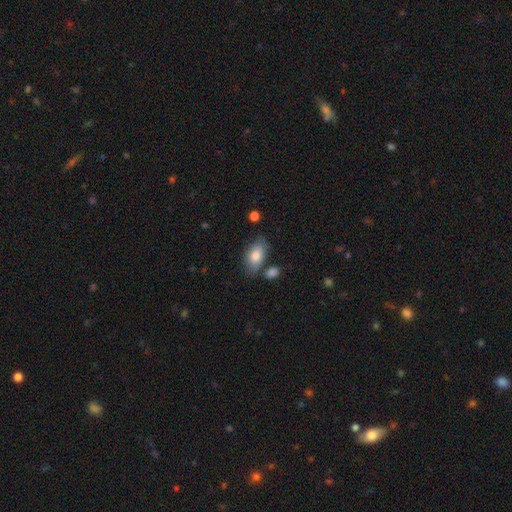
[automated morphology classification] smooth_or_featured: smooth (p=0.79) [alt: featured or disk p=0.14]
how_rounded: in between (p=0.92) [alt: round p=0.05]
merging: none (p=0.67) [alt: minor disturbance p=0.19]